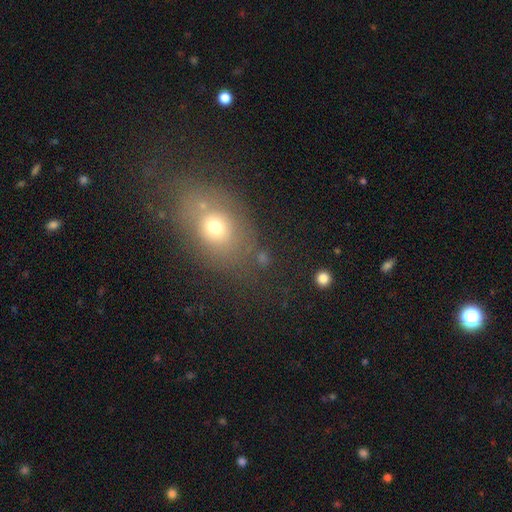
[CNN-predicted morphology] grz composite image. It shows a smooth galaxy with no disk features (60%) that is in between round and cigar-shaped (65%). Merging: none (64%).